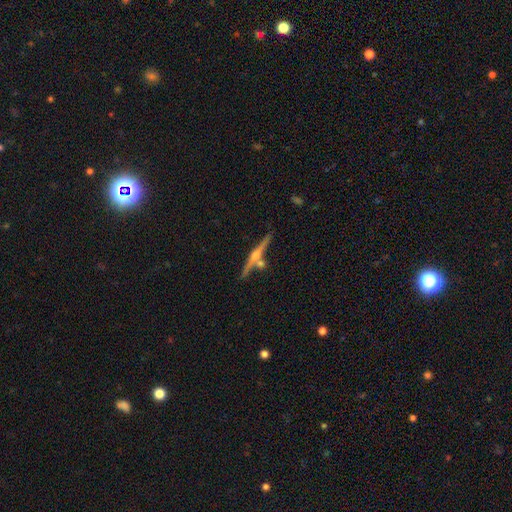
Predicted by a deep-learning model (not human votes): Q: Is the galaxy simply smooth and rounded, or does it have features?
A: featured or disk — 78%.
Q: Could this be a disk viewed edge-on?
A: yes — 97%.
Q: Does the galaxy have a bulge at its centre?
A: rounded — 88%.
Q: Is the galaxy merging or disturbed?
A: none — 75%.